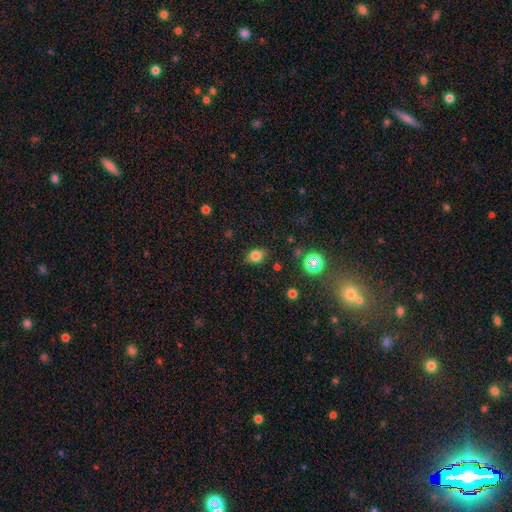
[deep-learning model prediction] Smooth or featured? Predicted: smooth (p=0.78). How rounded? Predicted: in between (p=0.49, tied with round). Merging? Predicted: none (p=0.80).